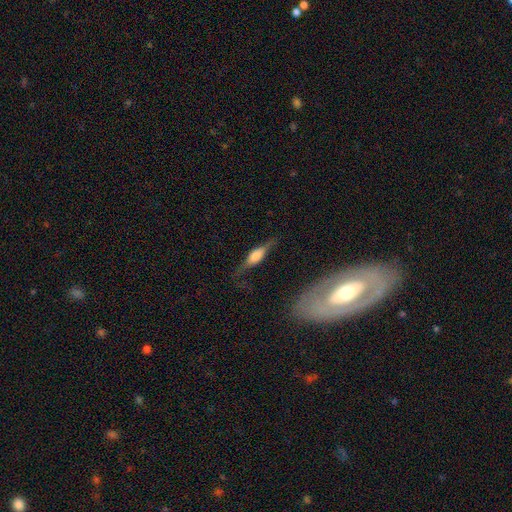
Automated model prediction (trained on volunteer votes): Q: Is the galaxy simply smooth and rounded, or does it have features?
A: featured or disk — 61%.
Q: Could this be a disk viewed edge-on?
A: yes — 91%.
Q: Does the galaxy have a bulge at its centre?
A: rounded — 68%.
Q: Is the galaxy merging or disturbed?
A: none — 70%.